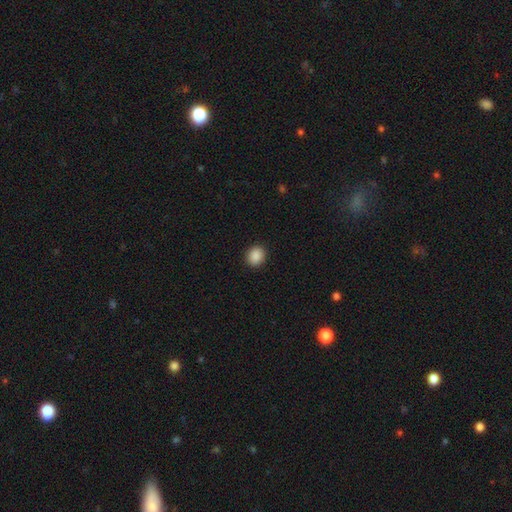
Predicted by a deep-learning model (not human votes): The model was most divided on "how rounded": round: 71%, in between: 28%, cigar-shaped: 1%. More confident: merging — none (92%); smooth or featured — smooth (89%).